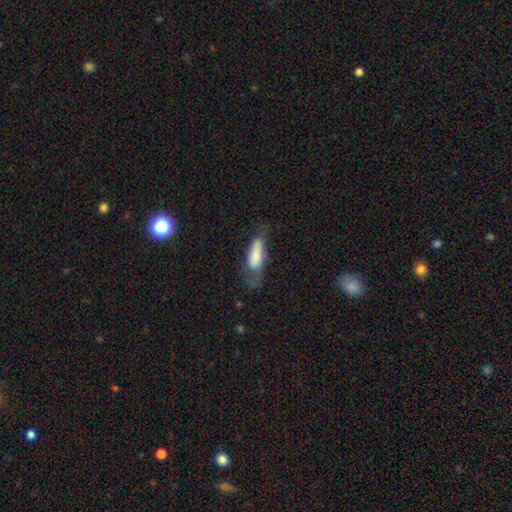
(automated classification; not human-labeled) The model was most divided on "merging": none: 37%, minor disturbance: 32%, major disturbance: 28%, merger: 3%. More confident: smooth or featured — smooth (75%); how rounded — in between (63%).